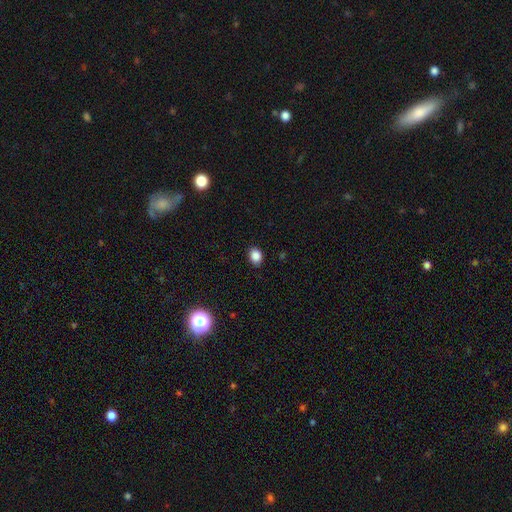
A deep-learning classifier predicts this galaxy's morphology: Smooth or featured? smooth (86%)
How rounded? in between (60%)
Merging? none (87%)